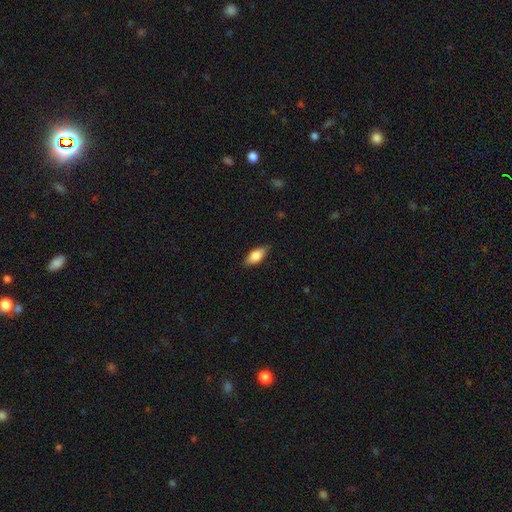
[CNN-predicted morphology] This appears to be a smooth galaxy with no disk features (77%) that is in between round and cigar-shaped (82%). Merging: none (84%).